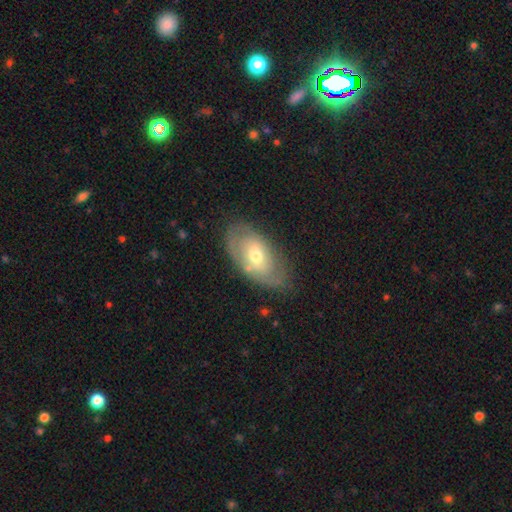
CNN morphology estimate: type=featured or disk (55%); edge-on=no (89%); merging=none (69%).